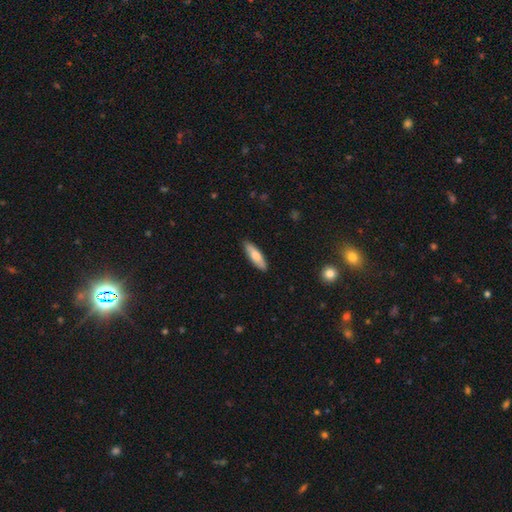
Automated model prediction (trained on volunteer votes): Smooth or featured: smooth — 72% (featured or disk — 22%)
How rounded: cigar-shaped — 59% (in between — 39%)
Merging: none — 89% (minor disturbance — 8%)